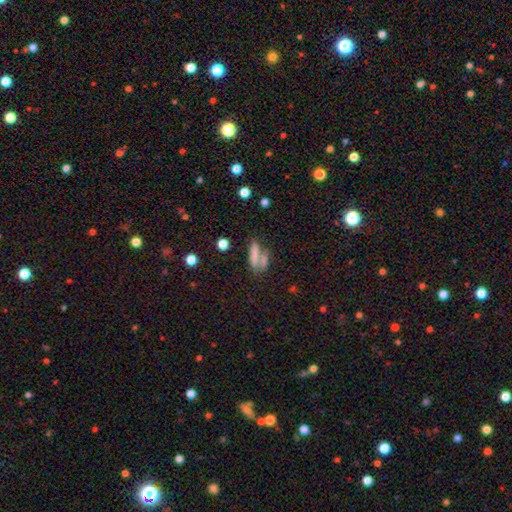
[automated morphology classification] The model was most divided on "merging": none: 47%, merger: 35%, minor disturbance: 12%, major disturbance: 7%. More confident: smooth or featured — smooth (72%); how rounded — cigar-shaped (60%).